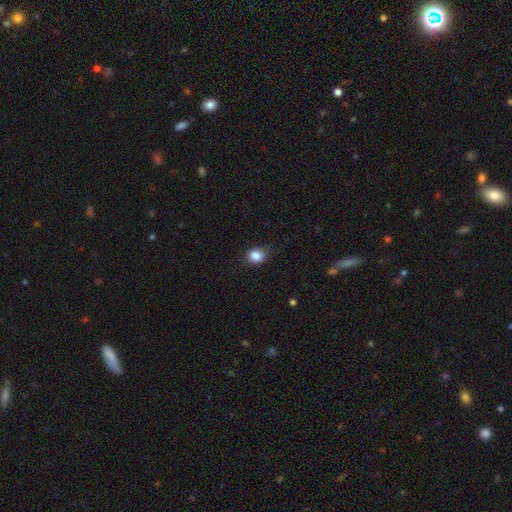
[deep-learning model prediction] smooth-or-featured: smooth: 85% | star or artifact: 10% | featured or disk: 4%
  how-rounded: round: 61% | in between: 38% | cigar-shaped: 1%
  merging: none: 81% | minor disturbance: 15% | major disturbance: 3% | merger: 1%